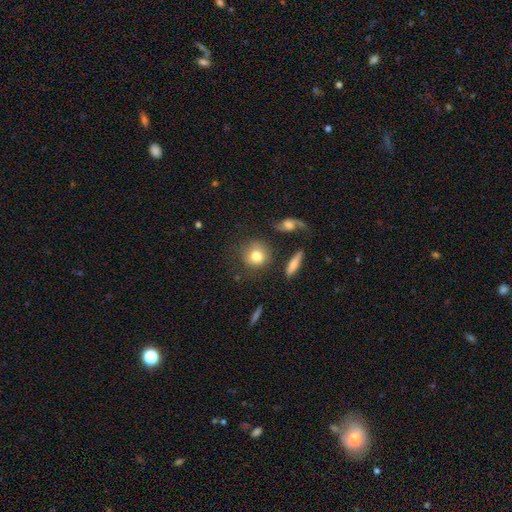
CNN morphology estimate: The model was most divided on "merging": none: 68%, minor disturbance: 17%, merger: 8%, major disturbance: 7%. More confident: how rounded — round (80%); smooth or featured — smooth (77%).